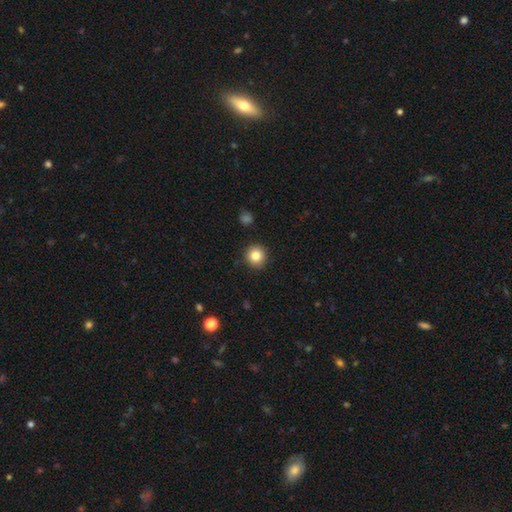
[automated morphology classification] smooth 83%, star or artifact 10%, featured or disk 6%. Down the decision tree: how rounded — round (93%); merging — none (91%).